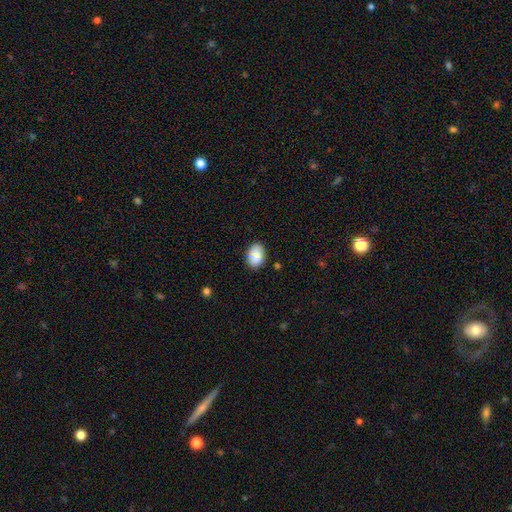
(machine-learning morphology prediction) Smooth or featured? smooth (87%)
How rounded? in between (78%)
Merging? none (84%)